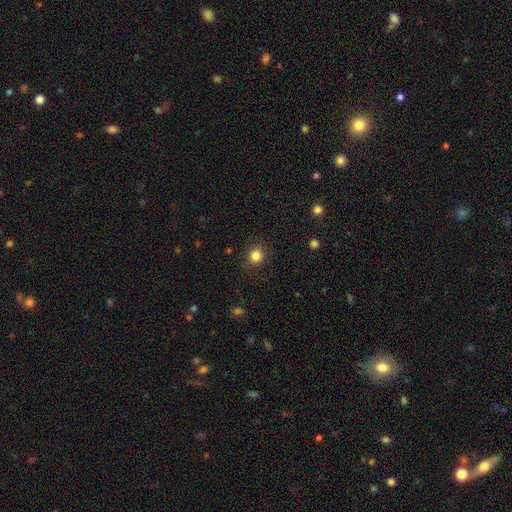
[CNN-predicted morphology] smooth-or-featured: smooth: 84% | star or artifact: 12% | featured or disk: 5%
  how-rounded: round: 88% | in between: 11% | cigar-shaped: 1%
  merging: none: 88% | minor disturbance: 8% | major disturbance: 3% | merger: 1%